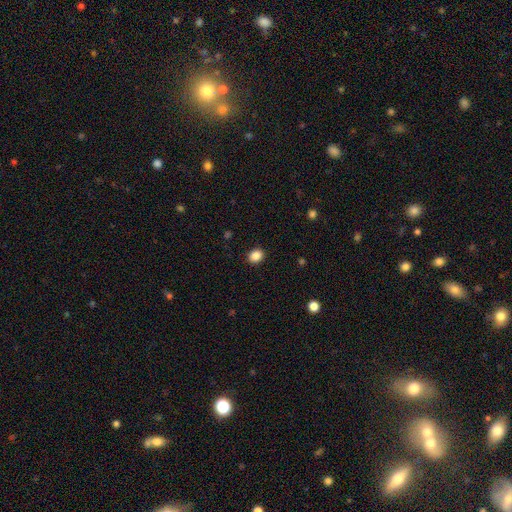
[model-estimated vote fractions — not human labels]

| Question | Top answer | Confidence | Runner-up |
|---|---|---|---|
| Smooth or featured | smooth | 87% | star or artifact (10%) |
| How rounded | round | 56% | in between (43%) |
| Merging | none | 91% | minor disturbance (6%) |